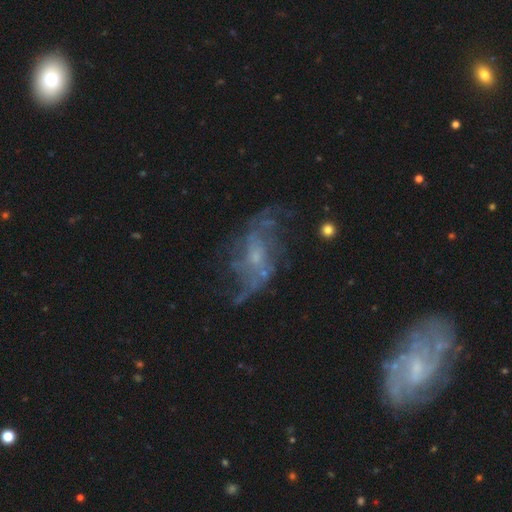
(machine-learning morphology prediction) Smooth or featured? Predicted: featured or disk (p=0.80). Edge-on disk? Predicted: no (p=0.96). Bar? Predicted: no (p=0.58). Spiral arms? Predicted: yes (p=0.81). Spiral winding? Predicted: loose (p=0.68). Spiral arm count? Predicted: 2 (p=0.57). Bulge size? Predicted: small (p=0.63). Merging? Predicted: none (p=0.53).